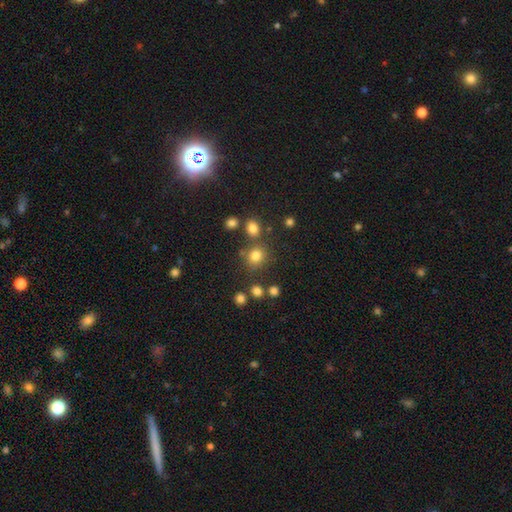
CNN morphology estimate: type=smooth (79%); roundness=round (84%); merging=none (73%).